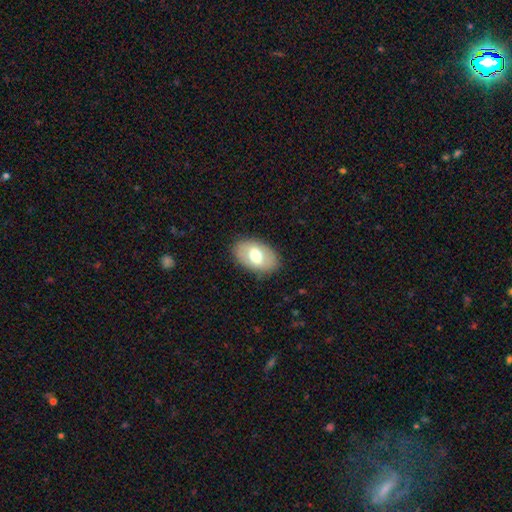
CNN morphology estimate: Smooth or featured?
  - smooth: 65% *
  - featured or disk: 28%
  - star or artifact: 7%
How rounded?
  - in between: 89% *
  - round: 9%
  - cigar-shaped: 1%
Merging?
  - none: 84% *
  - minor disturbance: 12%
  - major disturbance: 3%
  - merger: 1%